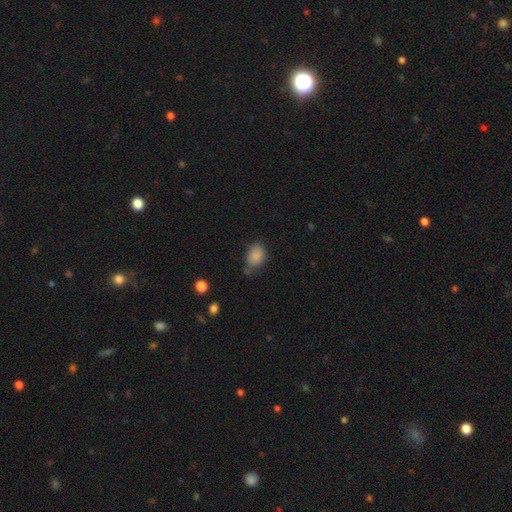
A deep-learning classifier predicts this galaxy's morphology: Smooth or featured: smooth — 85% (star or artifact — 9%)
How rounded: in between — 72% (round — 27%)
Merging: none — 60% (minor disturbance — 27%)